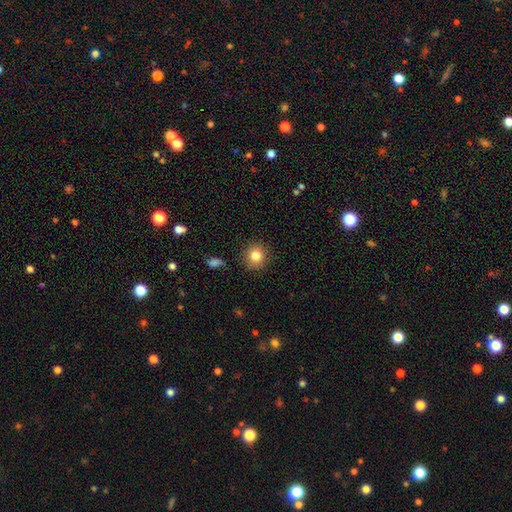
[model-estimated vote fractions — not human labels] smooth-or-featured: smooth: 81% | star or artifact: 11% | featured or disk: 8%
  how-rounded: round: 90% | in between: 9% | cigar-shaped: 1%
  merging: none: 89% | minor disturbance: 7% | major disturbance: 2% | merger: 1%